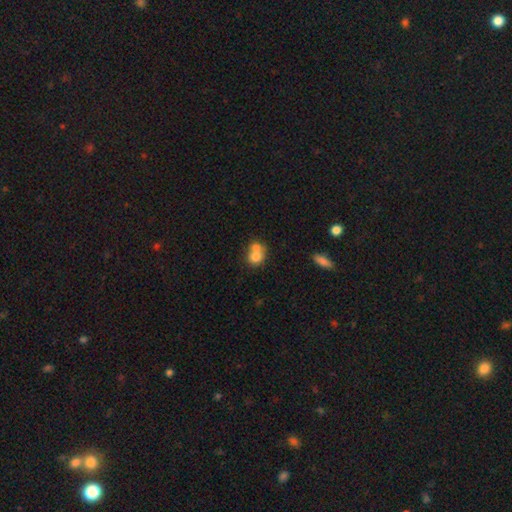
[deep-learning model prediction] smooth 73%, featured or disk 17%, star or artifact 10%. Down the decision tree: how rounded — round (66%); merging — merger (59%).